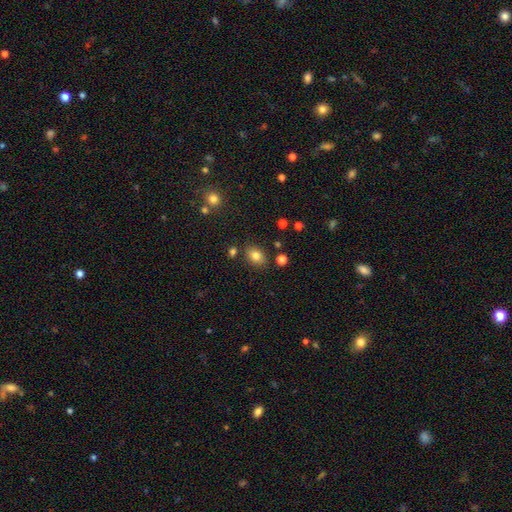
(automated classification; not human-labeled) Smooth or featured? smooth (80%)
How rounded? in between (73%)
Merging? none (82%)